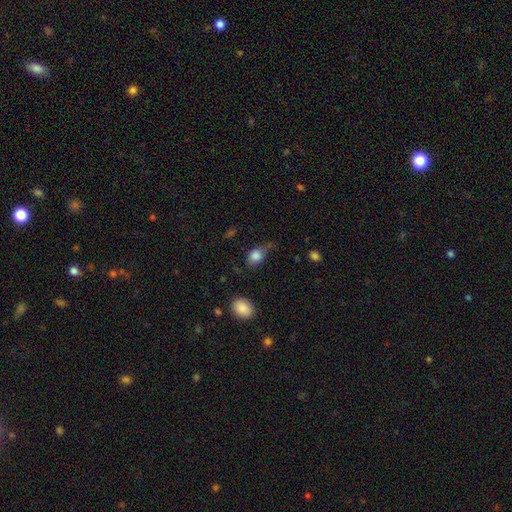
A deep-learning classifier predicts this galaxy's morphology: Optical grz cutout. It shows a smooth galaxy with no disk features (83%) that is in between round and cigar-shaped (62%). Merging: none (53%).